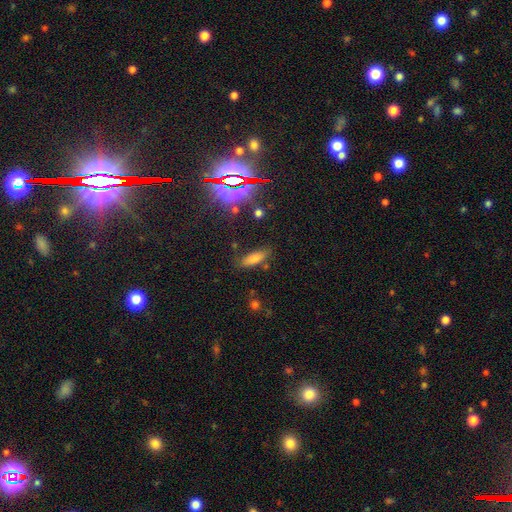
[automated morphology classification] This is likely a smooth galaxy (73%). How rounded: likely in between (64%). Merging: likely none (77%).